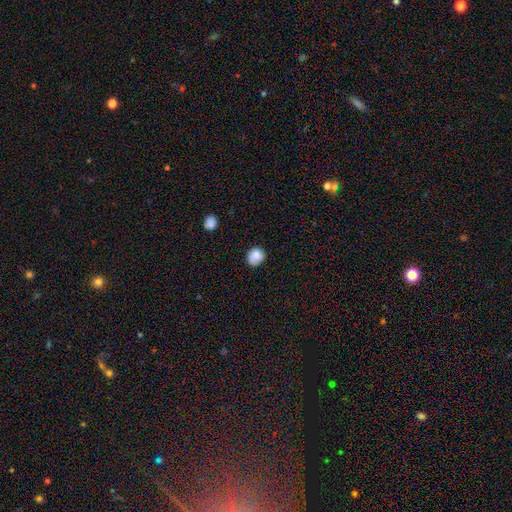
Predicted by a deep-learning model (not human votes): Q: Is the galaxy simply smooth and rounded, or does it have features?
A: smooth — 78%.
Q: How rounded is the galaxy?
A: round — 80%.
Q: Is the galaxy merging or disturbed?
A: none — 71%.